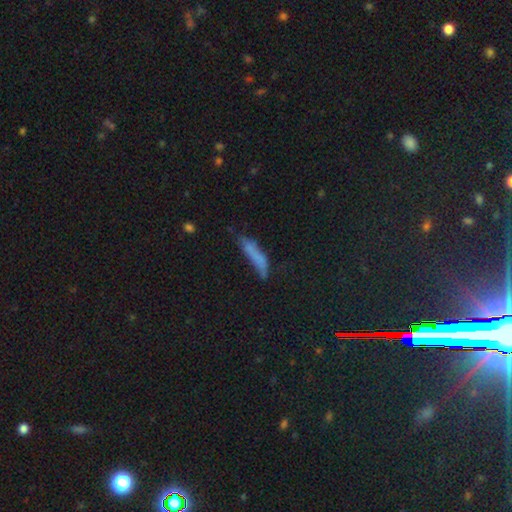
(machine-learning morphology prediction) This appears to be a smooth galaxy with no disk features (66%) that is cigar-shaped (81%). Merging: none (46%).